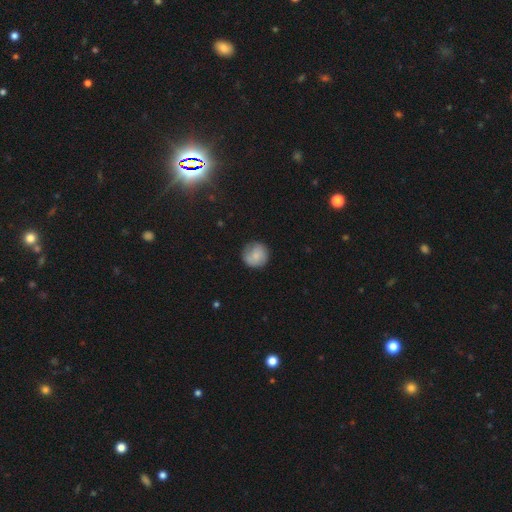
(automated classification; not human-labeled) Q: Smooth or featured?
A: smooth (76%); runner-up: featured or disk (17%)
Q: How rounded?
A: round (92%); runner-up: in between (7%)
Q: Merging?
A: none (76%); runner-up: minor disturbance (17%)